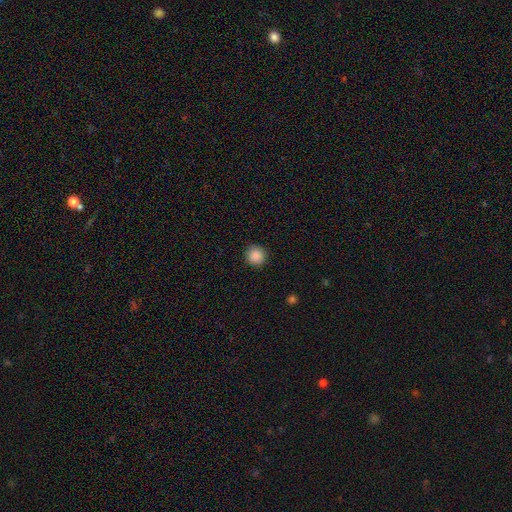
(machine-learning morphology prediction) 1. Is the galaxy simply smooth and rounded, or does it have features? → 88% smooth, 9% star or artifact, 3% featured or disk.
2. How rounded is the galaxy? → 94% round, 5% in between, 1% cigar-shaped.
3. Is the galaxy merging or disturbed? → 91% none, 6% minor disturbance, 2% major disturbance, 1% merger.